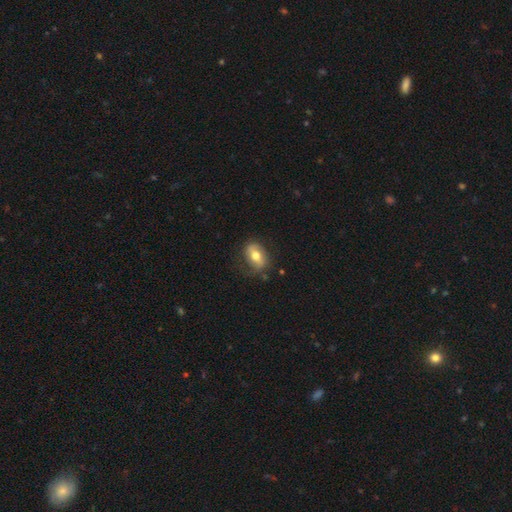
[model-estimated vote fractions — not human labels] smooth 56%, featured or disk 36%, star or artifact 7%. Down the decision tree: how rounded — in between (80%); merging — none (66%).